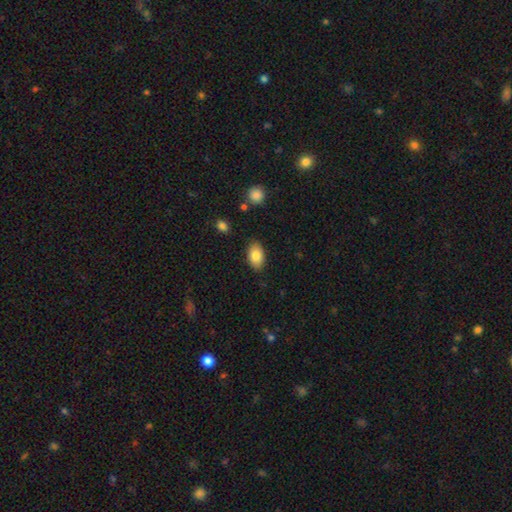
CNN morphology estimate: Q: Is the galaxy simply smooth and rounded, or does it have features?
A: smooth — 84%.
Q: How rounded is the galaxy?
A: in between — 90%.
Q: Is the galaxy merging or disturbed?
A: none — 86%.